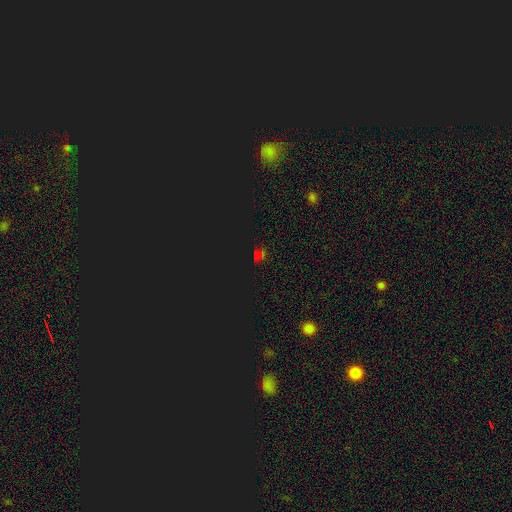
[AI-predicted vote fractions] Smooth or featured?
  - star or artifact: 74% *
  - smooth: 18%
  - featured or disk: 8%